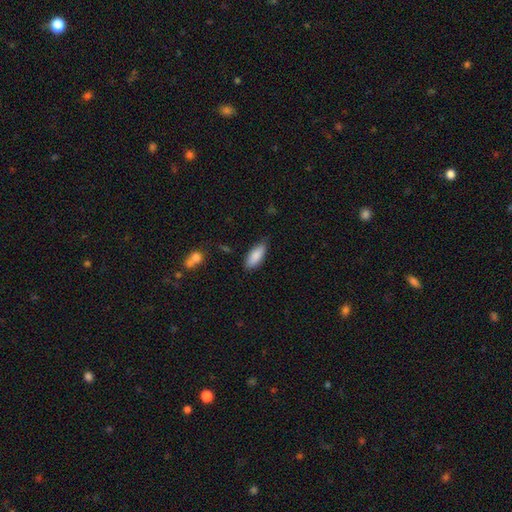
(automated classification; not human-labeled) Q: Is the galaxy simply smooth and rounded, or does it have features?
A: smooth — 87%.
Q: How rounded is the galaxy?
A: in between — 81%.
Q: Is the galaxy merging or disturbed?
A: none — 75%.